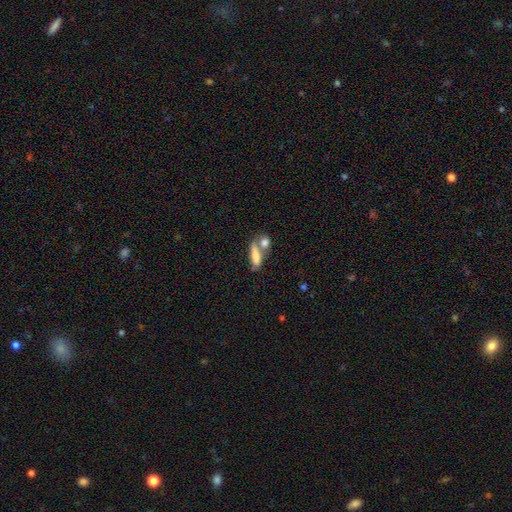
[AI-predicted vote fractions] Overall: smooth (75%). How rounded: cigar-shaped (48%; in between 46%). Merging: none (41%; merger 40%).